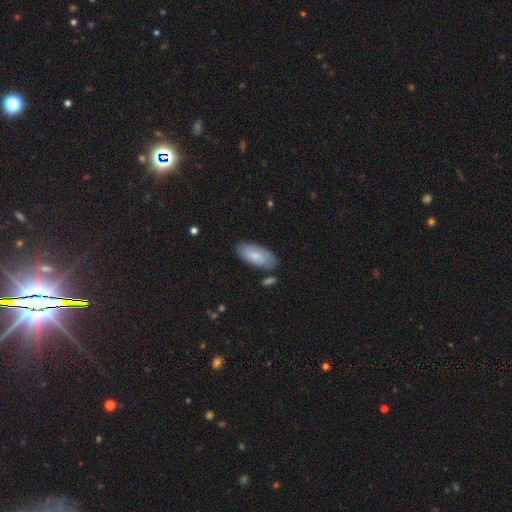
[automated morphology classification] smooth-or-featured: smooth: 71% | featured or disk: 23% | star or artifact: 6%
  how-rounded: in between: 89% | cigar-shaped: 9% | round: 2%
  merging: none: 76% | minor disturbance: 16% | merger: 4% | major disturbance: 3%